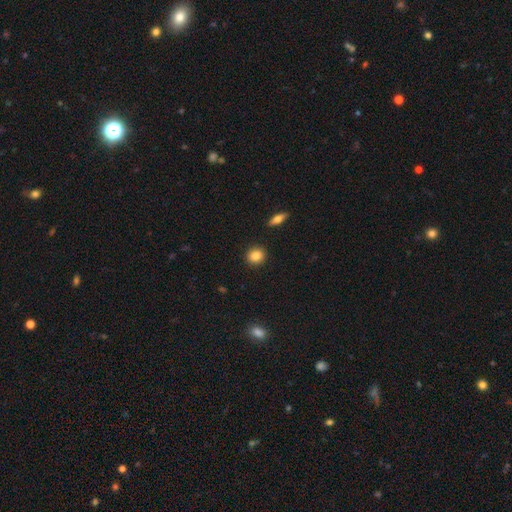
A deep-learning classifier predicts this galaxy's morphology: smooth 85%, star or artifact 9%, featured or disk 7%. Down the decision tree: how rounded — round (85%); merging — none (91%).